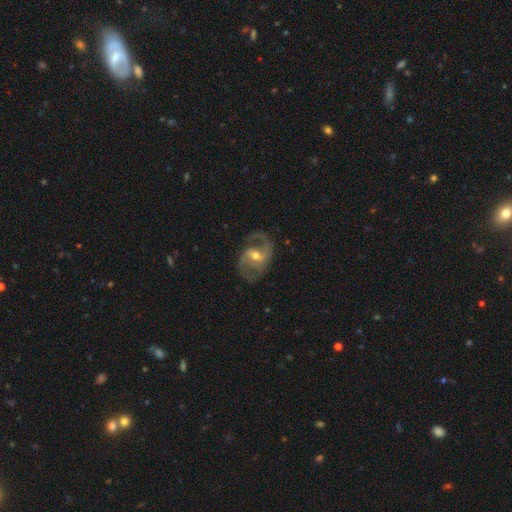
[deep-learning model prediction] A featured or disk galaxy (88%) with a weak bar (52%), 2 (87%) medium (54%) spiral arms (95%) and a moderate central bulge (63%).

Vote fractions:
- Smooth or featured? featured or disk: 88% / smooth: 7% / star or artifact: 5%
- Edge-on disk? no: 97% / yes: 3%
- Bar? weak: 52% / strong: 27% / no: 21%
- Spiral arms? yes: 95% / no: 5%
- Spiral winding? medium: 54% / loose: 32% / tight: 14%
- Spiral arm count? 2: 87% / 1: 4% / can't tell: 4% / 3: 3% / 4: 1% / more than 4: 1%
- Bulge size? moderate: 63% / small: 31% / large: 3% / none: 1% / dominant: 1%
- Merging? none: 72% / minor disturbance: 16% / major disturbance: 10% / merger: 1%